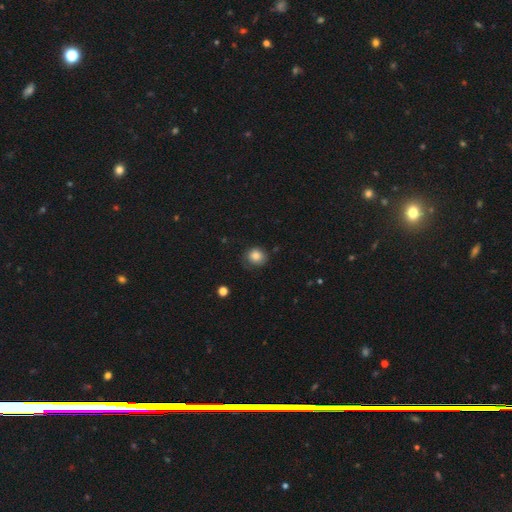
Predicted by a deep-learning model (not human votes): Q: Smooth or featured?
A: smooth (82%); runner-up: star or artifact (9%)
Q: How rounded?
A: round (81%); runner-up: in between (18%)
Q: Merging?
A: none (68%); runner-up: minor disturbance (24%)